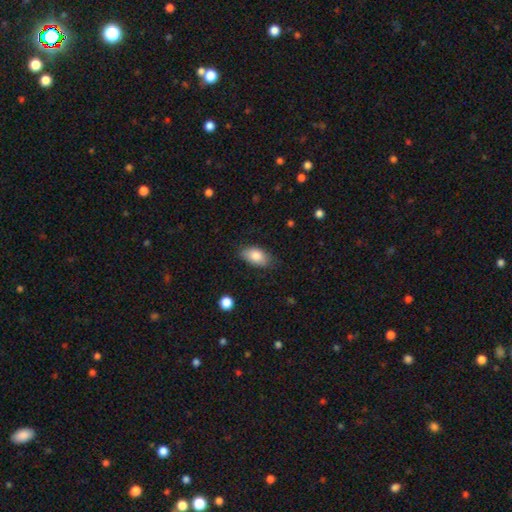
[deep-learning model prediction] This appears to be a smooth galaxy with no disk features (84%) that is in between round and cigar-shaped (92%). Merging: none (78%).